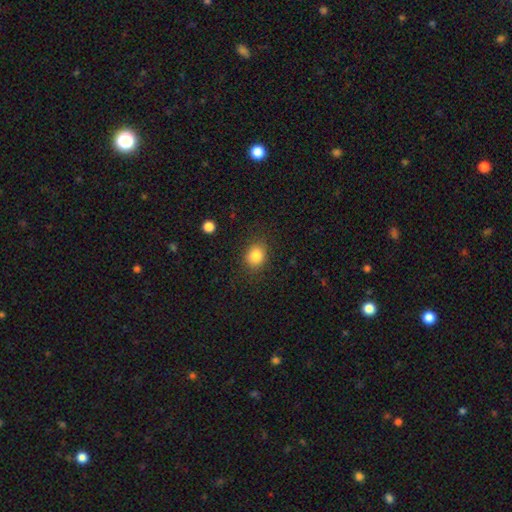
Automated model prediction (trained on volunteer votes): This appears to be a smooth galaxy with no disk features (84%) that is round (60%). Merging: none (82%).